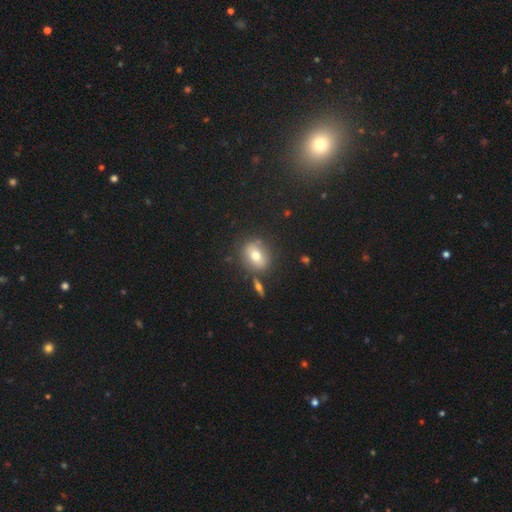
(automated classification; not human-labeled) smooth_or_featured: smooth (p=0.68) [alt: featured or disk p=0.20]
how_rounded: round (p=0.52) [alt: in between p=0.46]
merging: none (p=0.75) [alt: minor disturbance p=0.13]